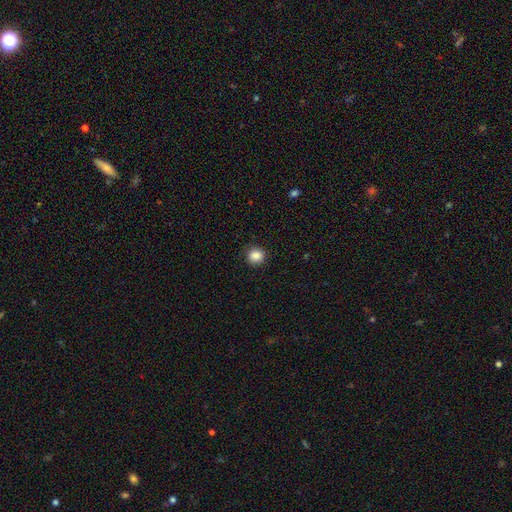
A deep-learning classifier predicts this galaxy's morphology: Smooth or featured: smooth — 86% (star or artifact — 10%)
How rounded: round — 86% (in between — 13%)
Merging: none — 88% (minor disturbance — 8%)